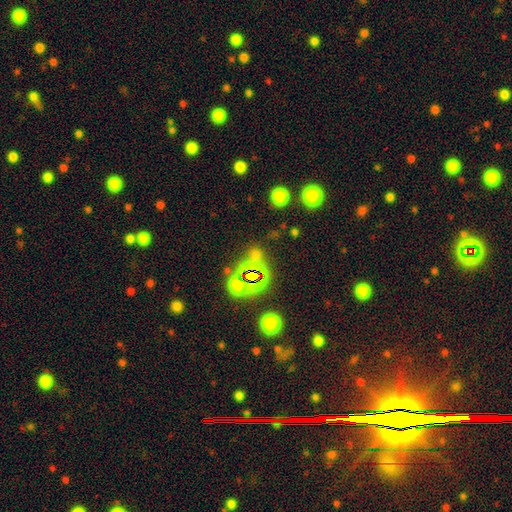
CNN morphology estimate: smooth-or-featured: star or artifact: 60% | smooth: 31% | featured or disk: 9%